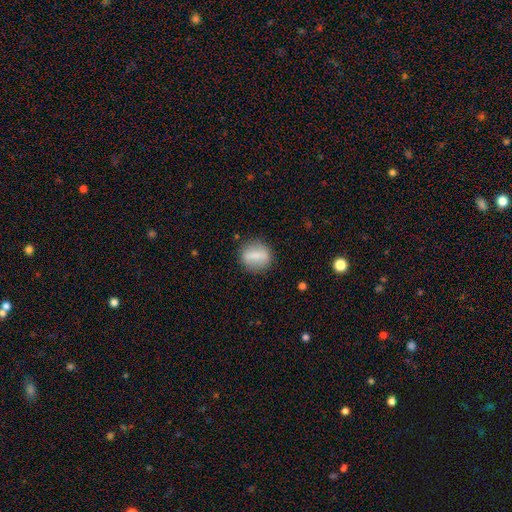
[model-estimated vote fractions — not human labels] Smooth or featured? Predicted: smooth (p=0.65). How rounded? Predicted: round (p=0.62). Merging? Predicted: none (p=0.82).